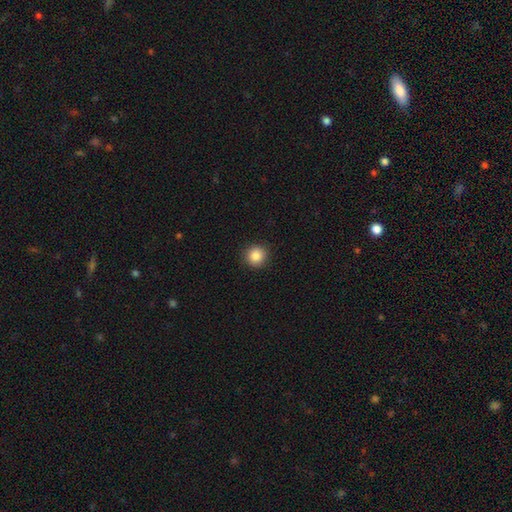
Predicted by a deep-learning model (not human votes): This appears to be a smooth galaxy with no disk features (87%) that is round (93%). Merging: none (91%).